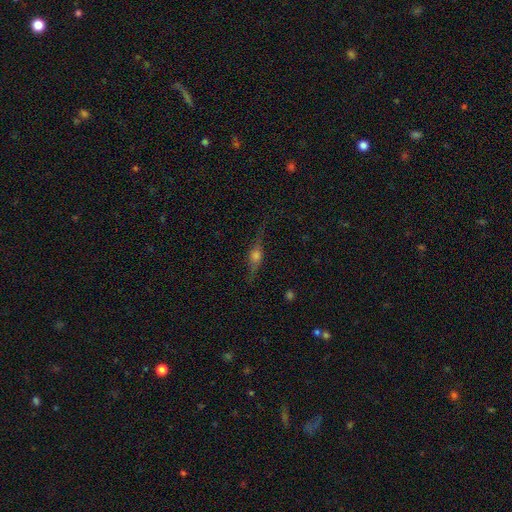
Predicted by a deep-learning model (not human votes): smooth_or_featured: featured or disk (p=0.69) [alt: smooth p=0.20]
disk_edge_on: yes (p=0.94) [alt: no p=0.06]
edge_on_bulge: rounded (p=0.89) [alt: boxy p=0.08]
merging: none (p=0.81) [alt: minor disturbance p=0.14]